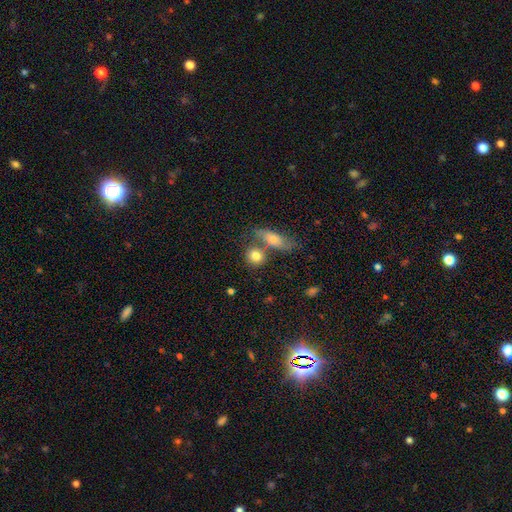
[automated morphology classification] Q: Smooth or featured?
A: smooth (79%); runner-up: featured or disk (12%)
Q: How rounded?
A: round (72%); runner-up: in between (24%)
Q: Merging?
A: none (54%); runner-up: merger (29%)